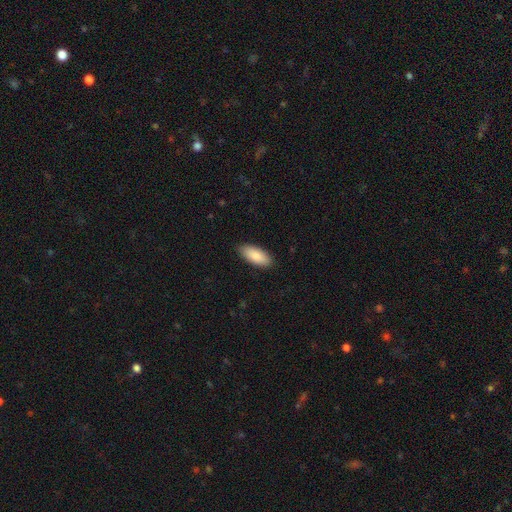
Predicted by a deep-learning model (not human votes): Smooth or featured? Predicted: smooth (p=0.88). How rounded? Predicted: in between (p=0.85). Merging? Predicted: none (p=0.88).